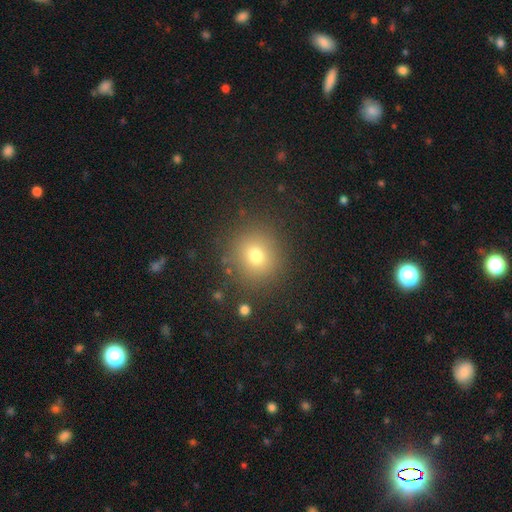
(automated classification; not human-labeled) Smooth or featured? Predicted: smooth (p=0.73). How rounded? Predicted: round (p=0.90). Merging? Predicted: none (p=0.86).